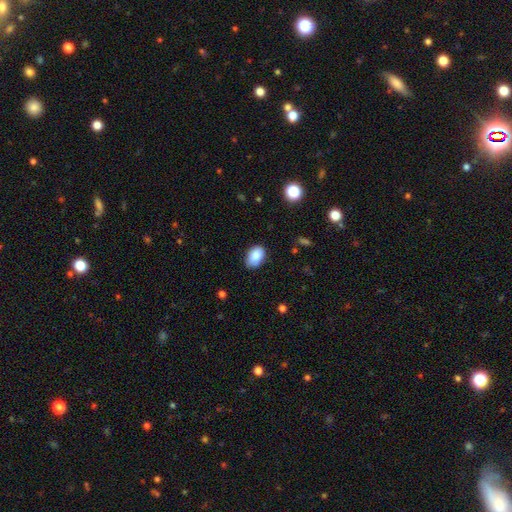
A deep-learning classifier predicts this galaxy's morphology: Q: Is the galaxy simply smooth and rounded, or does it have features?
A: smooth — 86%.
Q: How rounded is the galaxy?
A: in between — 87%.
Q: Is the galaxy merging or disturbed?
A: none — 79%.